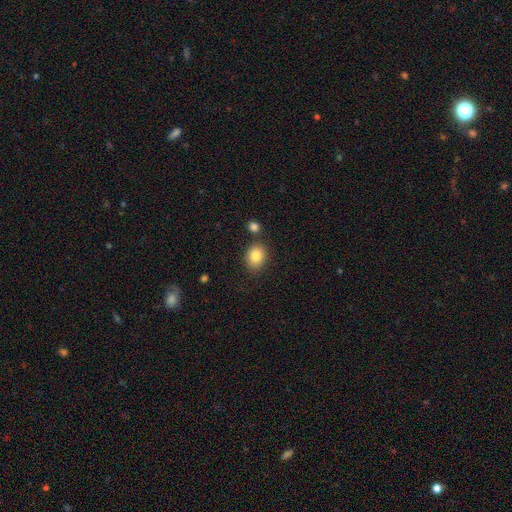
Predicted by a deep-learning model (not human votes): The model was most divided on "how rounded": in between: 52%, round: 47%, cigar-shaped: 1%. More confident: smooth or featured — smooth (83%); merging — none (77%).